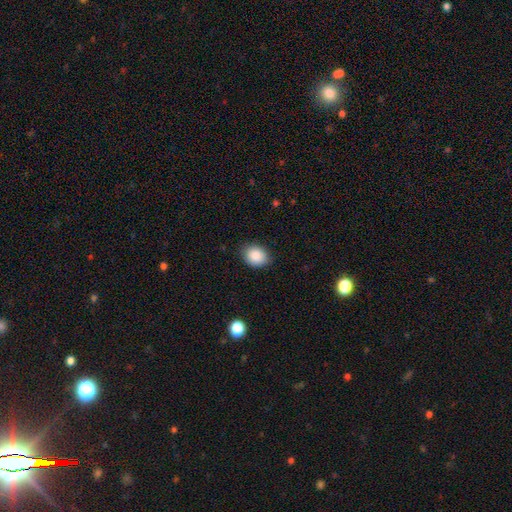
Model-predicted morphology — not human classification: A smooth galaxy with no disk features (87%) that is in between round and cigar-shaped (51%).

Vote fractions:
- Smooth or featured? smooth: 87% / star or artifact: 8% / featured or disk: 4%
- How rounded? in between: 51% / round: 49% / cigar-shaped: 1%
- Merging? none: 85% / minor disturbance: 12% / major disturbance: 3% / merger: 1%